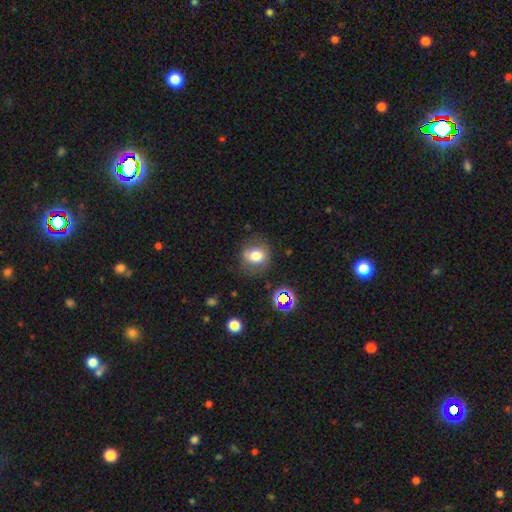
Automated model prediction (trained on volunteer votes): Smooth or featured: smooth — 72% (featured or disk — 15%)
How rounded: round — 66% (in between — 33%)
Merging: none — 74% (minor disturbance — 17%)